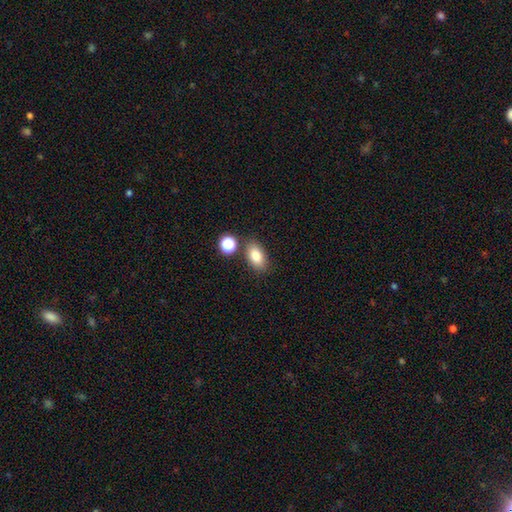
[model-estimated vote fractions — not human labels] Morphology: type=smooth (82%); roundness=in between (87%); merging=none (78%).